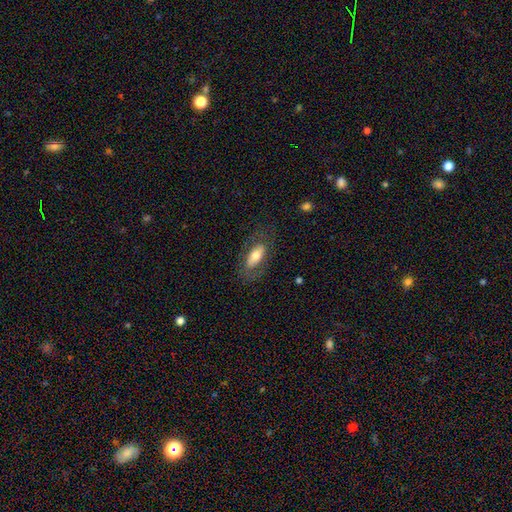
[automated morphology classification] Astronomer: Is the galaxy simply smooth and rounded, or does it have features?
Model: smooth — 57% (runner-up: featured or disk, 36%).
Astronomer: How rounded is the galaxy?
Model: in between — 85%.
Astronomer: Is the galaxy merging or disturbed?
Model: none — 71%.